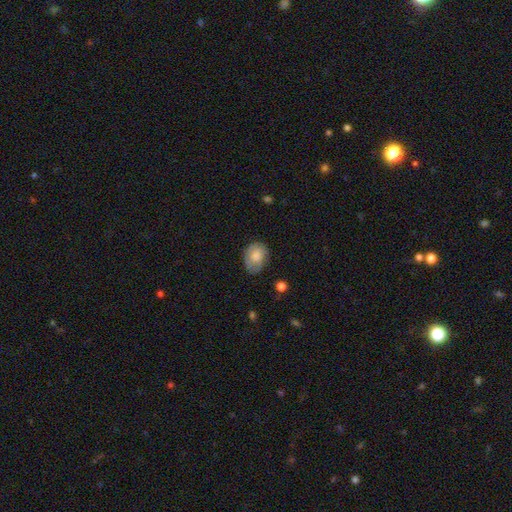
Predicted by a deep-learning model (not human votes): Smooth or featured?
  - smooth: 76% *
  - featured or disk: 16%
  - star or artifact: 7%
How rounded?
  - in between: 72% *
  - round: 27%
  - cigar-shaped: 1%
Merging?
  - none: 63% *
  - minor disturbance: 28%
  - major disturbance: 8%
  - merger: 2%